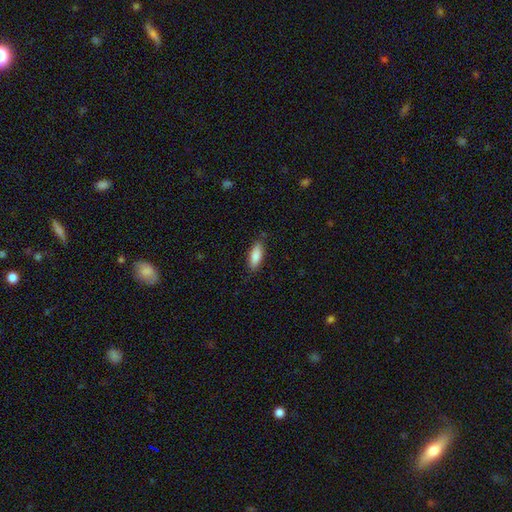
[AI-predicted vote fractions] Smooth or featured: smooth — 86% (featured or disk — 7%)
How rounded: in between — 71% (cigar-shaped — 28%)
Merging: none — 84% (minor disturbance — 13%)